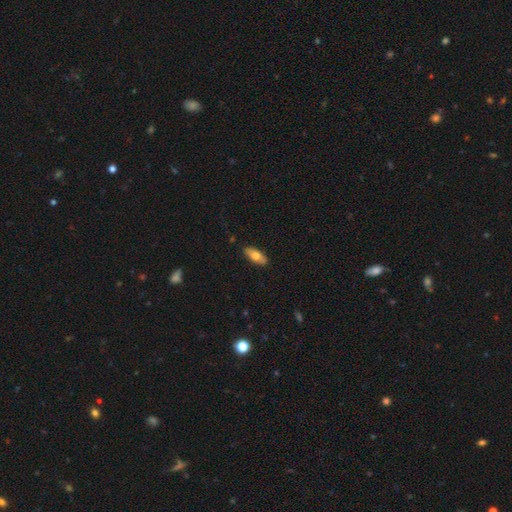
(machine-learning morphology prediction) Smooth or featured: smooth — 69% (featured or disk — 25%)
How rounded: in between — 80% (cigar-shaped — 18%)
Merging: none — 88% (minor disturbance — 9%)